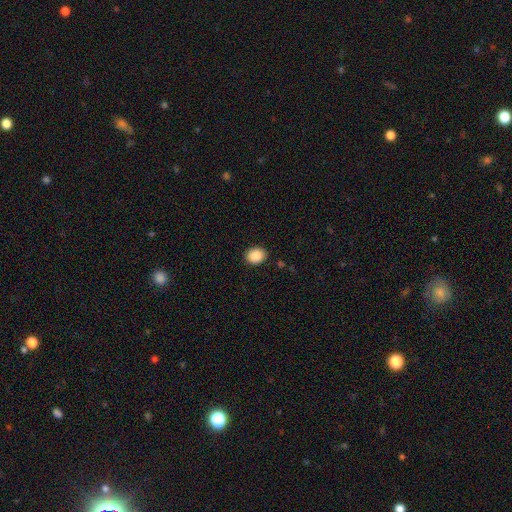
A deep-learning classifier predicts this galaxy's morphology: smooth-or-featured: smooth: 89% | star or artifact: 8% | featured or disk: 3%
  how-rounded: round: 53% | in between: 46% | cigar-shaped: 1%
  merging: none: 89% | minor disturbance: 8% | major disturbance: 2% | merger: 1%